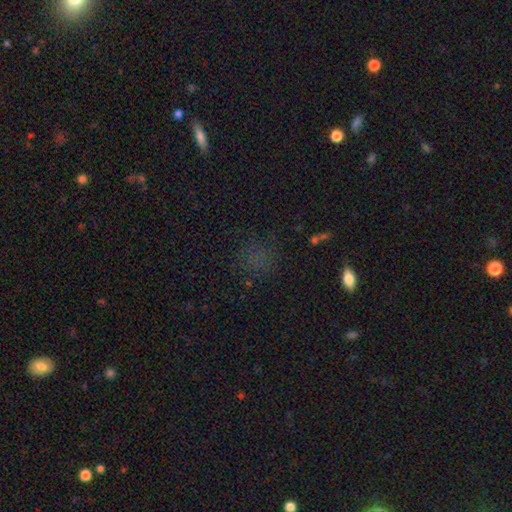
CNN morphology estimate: Smooth or featured?
  - smooth: 50% *
  - star or artifact: 40%
  - featured or disk: 10%
How rounded?
  - round: 79% *
  - in between: 18%
  - cigar-shaped: 3%
Merging?
  - none: 79% *
  - minor disturbance: 12%
  - major disturbance: 6%
  - merger: 3%